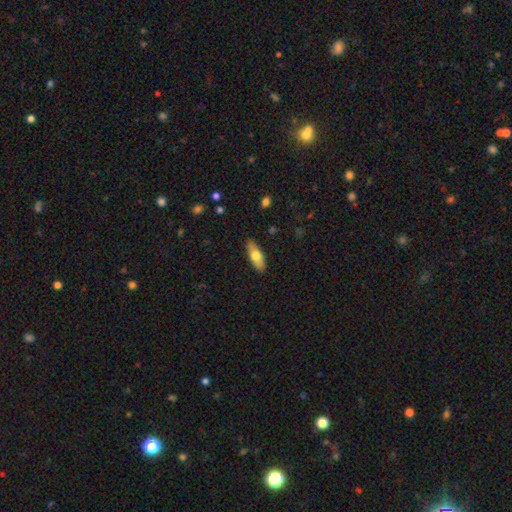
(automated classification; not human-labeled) Q: Smooth or featured?
A: smooth (63%); runner-up: featured or disk (31%)
Q: How rounded?
A: in between (74%); runner-up: cigar-shaped (23%)
Q: Merging?
A: none (87%); runner-up: minor disturbance (10%)